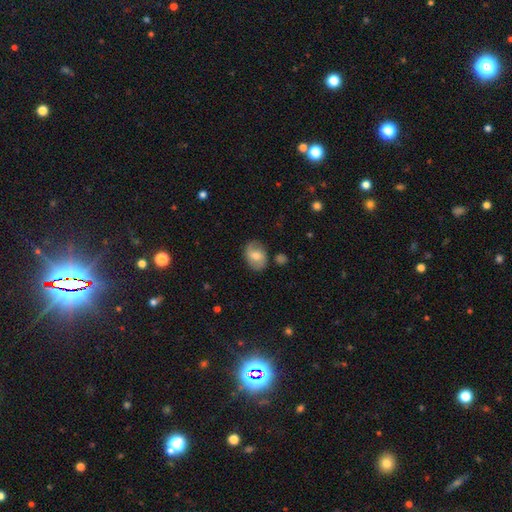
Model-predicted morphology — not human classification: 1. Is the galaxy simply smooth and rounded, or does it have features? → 54% smooth, 38% featured or disk, 8% star or artifact.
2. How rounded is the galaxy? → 72% in between, 26% round, 1% cigar-shaped.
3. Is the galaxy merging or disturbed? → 74% none, 18% minor disturbance, 5% major disturbance, 3% merger.